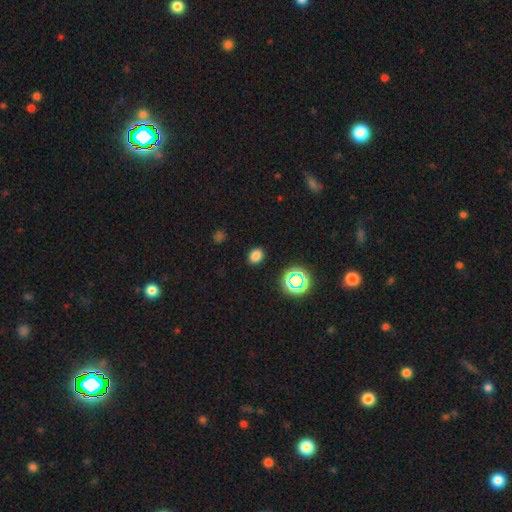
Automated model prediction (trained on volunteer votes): A smooth galaxy with no disk features (77%) that is in between round and cigar-shaped (60%). Merging: none (88%).